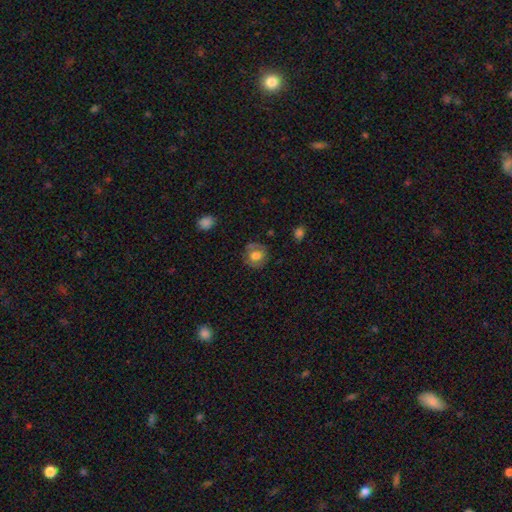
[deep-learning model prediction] Smooth or featured: smooth — 63% (featured or disk — 28%)
How rounded: round — 78% (in between — 21%)
Merging: none — 76% (minor disturbance — 17%)